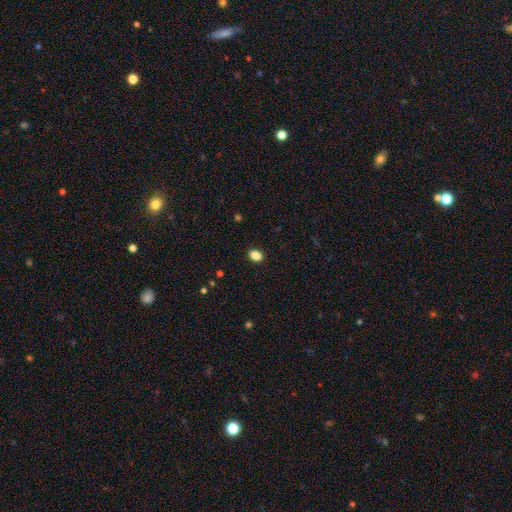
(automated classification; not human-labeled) A smooth galaxy with no disk features (87%) that is in between round and cigar-shaped (70%).

Vote fractions:
- Smooth or featured? smooth: 87% / star or artifact: 10% / featured or disk: 3%
- How rounded? in between: 70% / round: 29% / cigar-shaped: 1%
- Merging? none: 90% / minor disturbance: 7% / major disturbance: 2% / merger: 1%